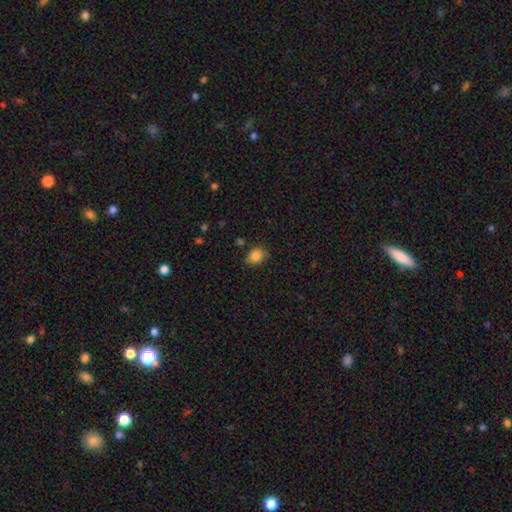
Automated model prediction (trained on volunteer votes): This is clearly a smooth galaxy (85%). How rounded: possibly round (52%). Merging: likely none (78%).